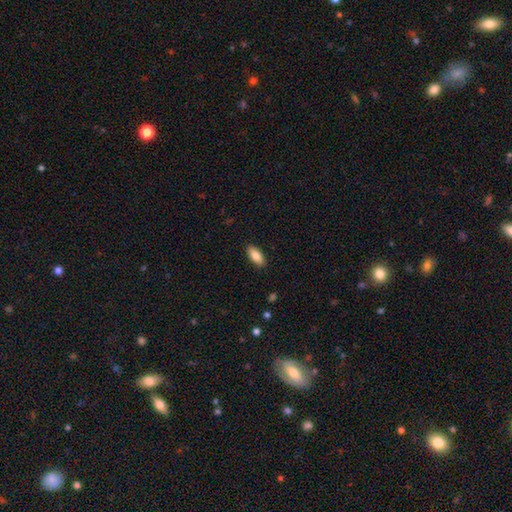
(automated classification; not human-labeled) Morphology: type=smooth (85%); roundness=in between (85%); merging=none (89%).